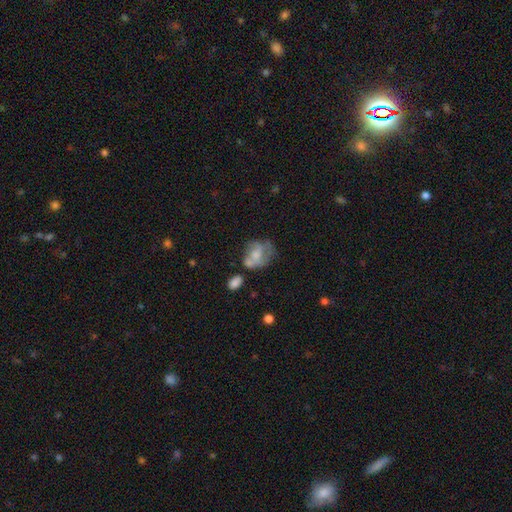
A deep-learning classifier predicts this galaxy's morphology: Overall: smooth (52%; featured or disk 39%). How rounded: in between (54%; round 45%). Merging: none (31%; minor disturbance 24%).